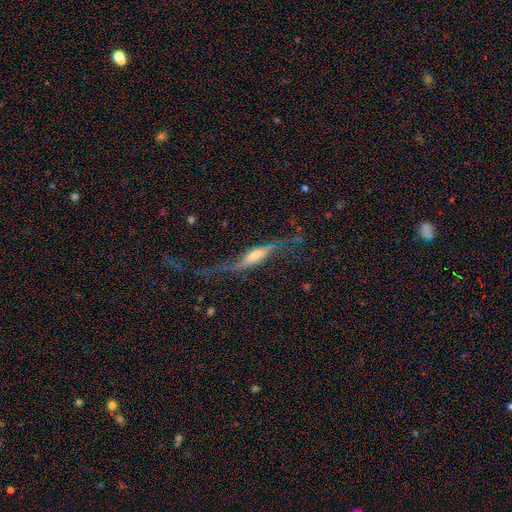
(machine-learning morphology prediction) This appears to be a featured or disk galaxy (75%) viewed edge-on (56%). Merging: none (45%).